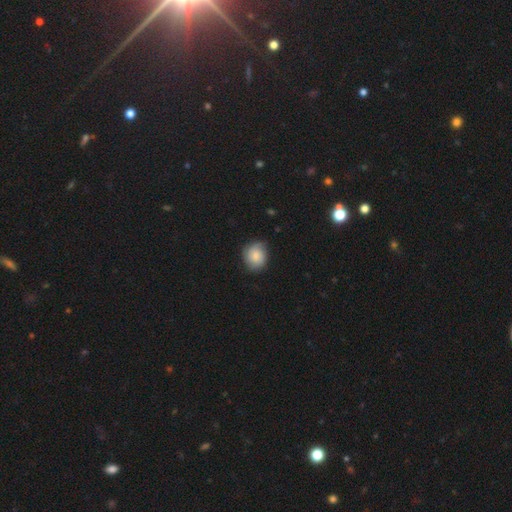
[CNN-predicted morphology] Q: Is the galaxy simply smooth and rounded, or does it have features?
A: smooth — 71%.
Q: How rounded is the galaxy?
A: round — 71%.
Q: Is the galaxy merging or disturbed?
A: none — 68%.